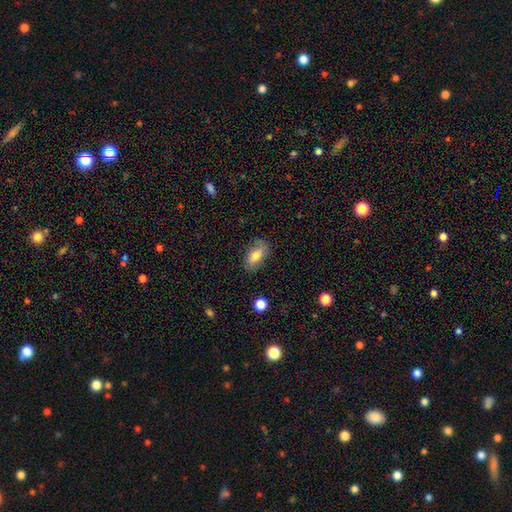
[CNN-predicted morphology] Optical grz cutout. It shows a smooth galaxy with no disk features (68%) that is in between round and cigar-shaped (88%). Merging: none (76%).